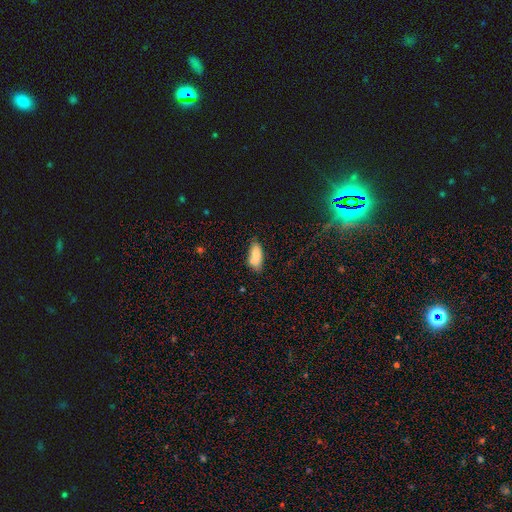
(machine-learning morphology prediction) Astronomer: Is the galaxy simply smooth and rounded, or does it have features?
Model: smooth — 77%.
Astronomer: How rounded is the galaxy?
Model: in between — 82%.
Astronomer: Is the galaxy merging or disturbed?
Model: none — 59%.